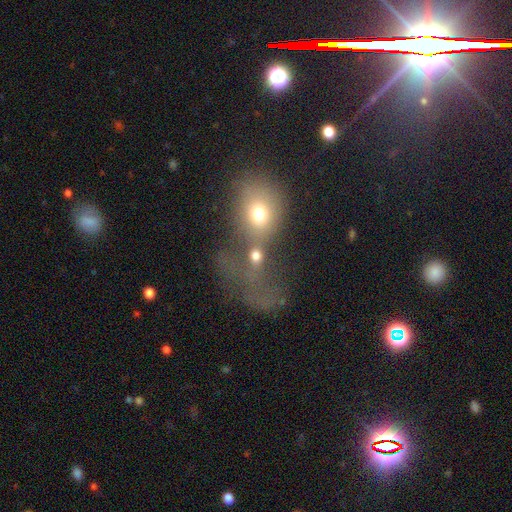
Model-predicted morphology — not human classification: Smooth or featured? smooth (60%)
How rounded? round (51%)
Merging? merger (67%)